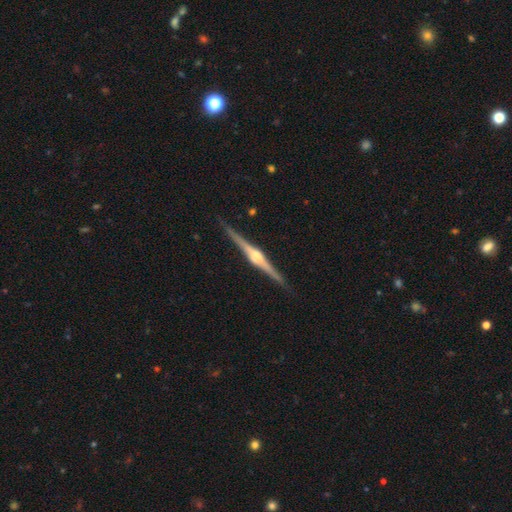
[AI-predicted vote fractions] smooth-or-featured: featured or disk: 87% | smooth: 8% | star or artifact: 5%
  disk-edge-on: yes: 99% | no: 1%
    edge-on-bulge: rounded: 88% | boxy: 9% | none: 3%
  merging: none: 90% | minor disturbance: 7% | major disturbance: 1% | merger: 1%